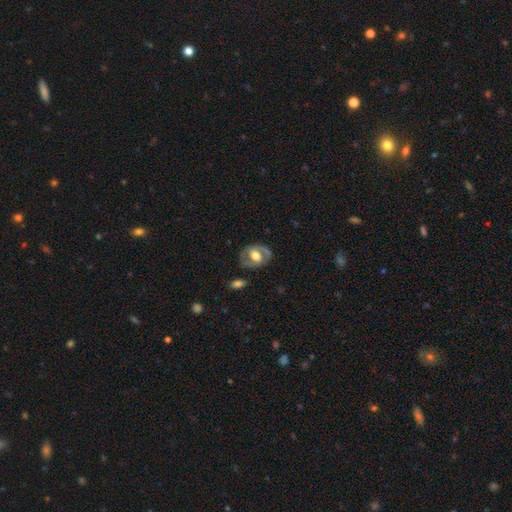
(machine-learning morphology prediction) Smooth or featured?
  - featured or disk: 60% *
  - smooth: 34%
  - star or artifact: 6%
Edge-on disk?
  - no: 94% *
  - yes: 6%
Bar?
  - no: 54% *
  - weak: 31%
  - strong: 15%
Spiral arms?
  - no: 51% *
  - yes: 49%
Bulge size?
  - moderate: 54% *
  - large: 36%
  - small: 6%
  - dominant: 2%
  - none: 1%
Merging?
  - none: 70% *
  - minor disturbance: 19%
  - major disturbance: 8%
  - merger: 3%